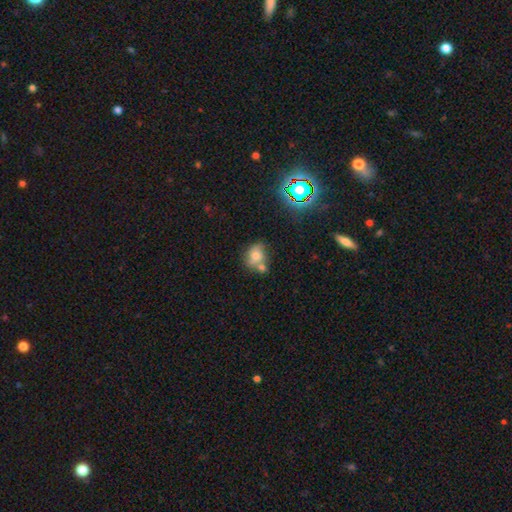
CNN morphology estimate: The model was most divided on "merging": none: 41%, merger: 36%, minor disturbance: 16%, major disturbance: 6%. More confident: smooth or featured — smooth (68%); how rounded — in between (52%).